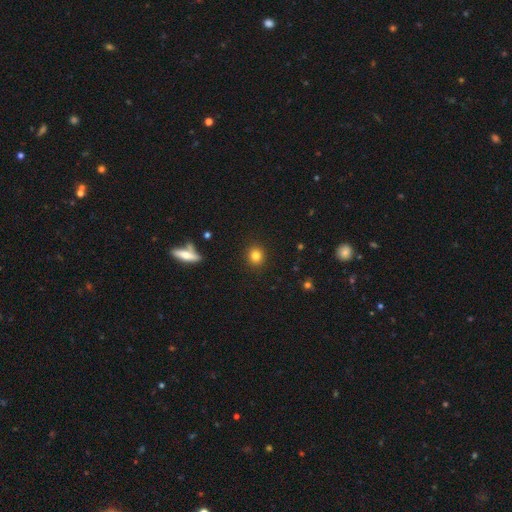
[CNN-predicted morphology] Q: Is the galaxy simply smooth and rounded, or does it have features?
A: smooth — 83%.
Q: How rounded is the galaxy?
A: round — 85%.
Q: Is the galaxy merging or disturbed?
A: none — 91%.